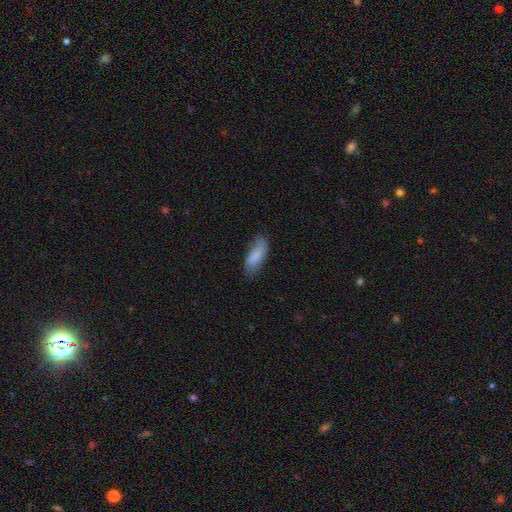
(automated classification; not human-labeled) Smooth or featured: smooth — 81% (featured or disk — 13%)
How rounded: in between — 74% (cigar-shaped — 24%)
Merging: none — 64% (minor disturbance — 27%)